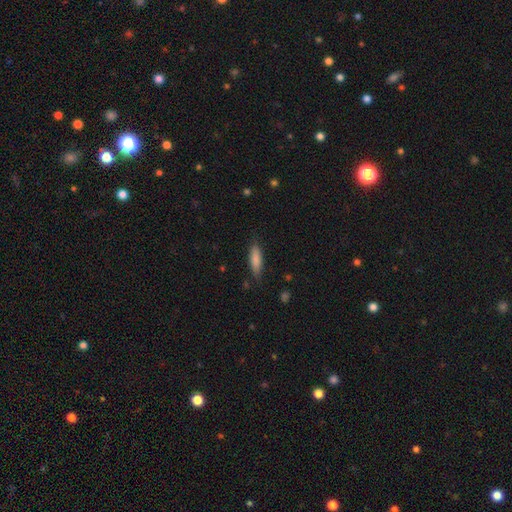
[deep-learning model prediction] Overall: smooth (80%). How rounded: cigar-shaped (62%; in between 36%). Merging: none (83%).